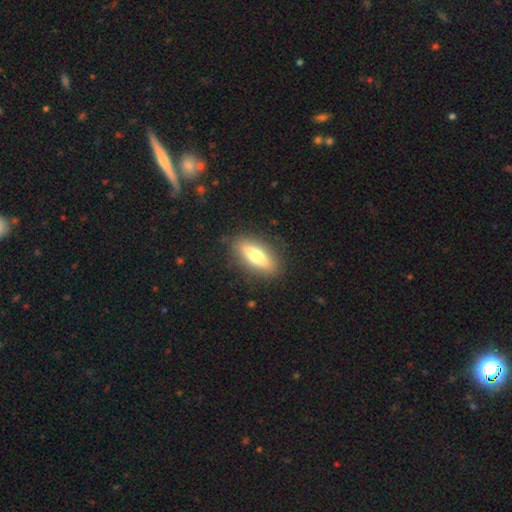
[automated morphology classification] smooth_or_featured: smooth (p=0.65) [alt: featured or disk p=0.28]
how_rounded: in between (p=0.59) [alt: cigar-shaped p=0.38]
merging: none (p=0.86) [alt: minor disturbance p=0.10]